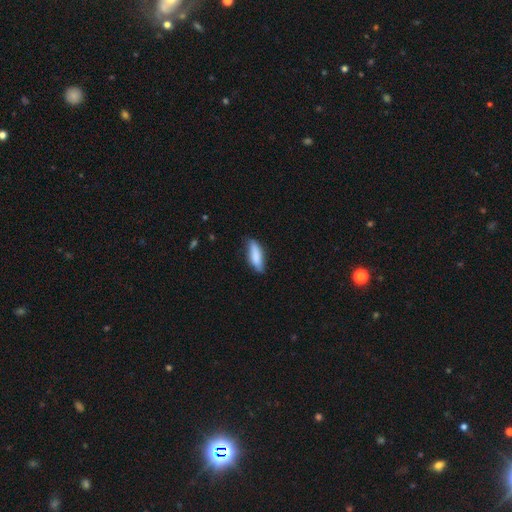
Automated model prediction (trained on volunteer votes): A smooth galaxy with no disk features (82%) that is cigar-shaped (50%). Merging: none (76%).